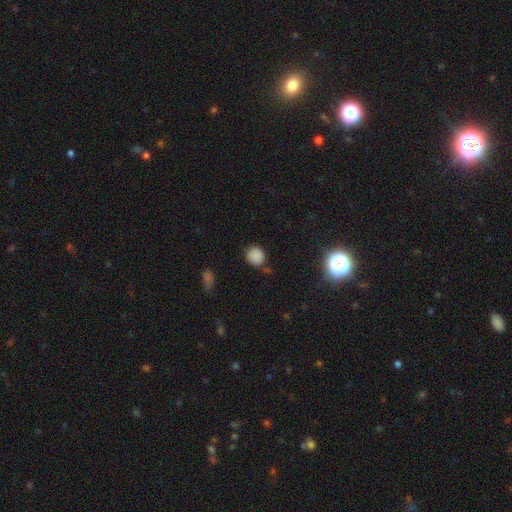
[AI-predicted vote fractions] This appears to be a smooth galaxy with no disk features (82%) that is round (81%). Merging: none (75%).